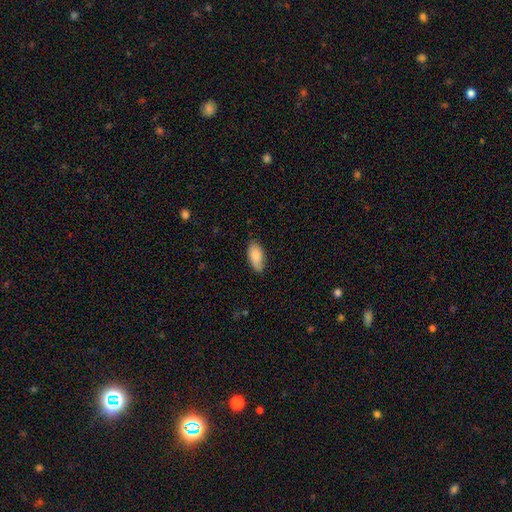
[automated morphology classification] Overall: smooth (85%). How rounded: in between (90%). Merging: none (79%).